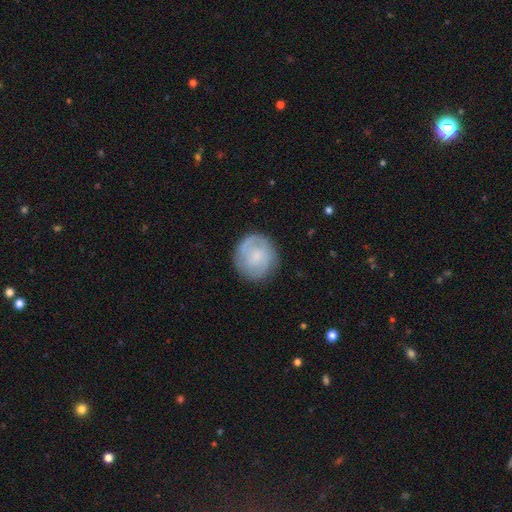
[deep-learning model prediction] Q: Smooth or featured?
A: featured or disk (55%); runner-up: smooth (39%)
Q: Edge-on disk?
A: no (98%); runner-up: yes (2%)
Q: Bar?
A: no (56%); runner-up: weak (38%)
Q: Spiral arms?
A: yes (87%); runner-up: no (13%)
Q: Bulge size?
A: small (45%); runner-up: moderate (25%)
Q: Merging?
A: none (81%); runner-up: minor disturbance (13%)